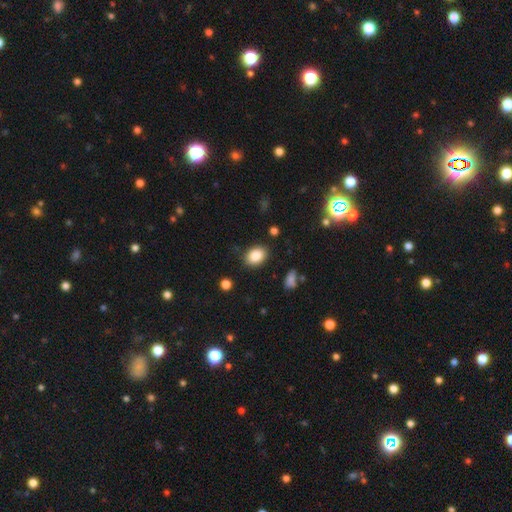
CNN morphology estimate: smooth 86%, star or artifact 9%, featured or disk 6%. Down the decision tree: how rounded — in between (72%); merging — none (83%).